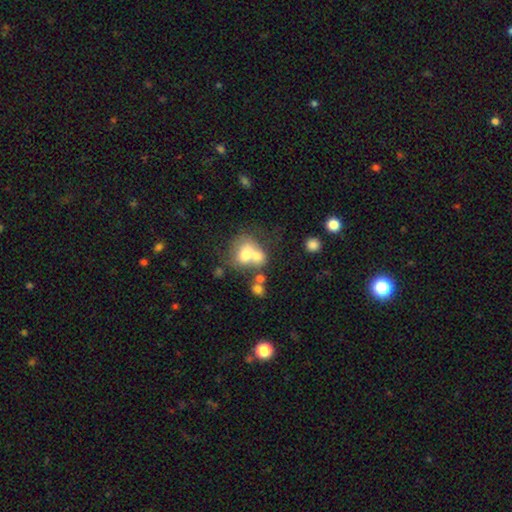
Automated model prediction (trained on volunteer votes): Smooth or featured? smooth (65%)
How rounded? round (51%)
Merging? merger (61%)